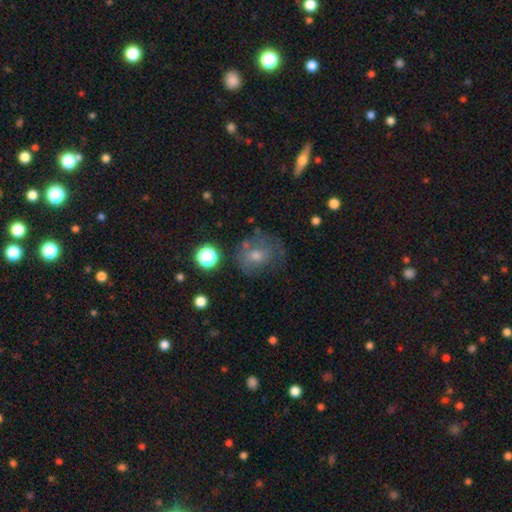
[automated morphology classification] smooth_or_featured: smooth (p=0.47) [alt: featured or disk p=0.36]
merging: none (p=0.56) [alt: minor disturbance p=0.23]